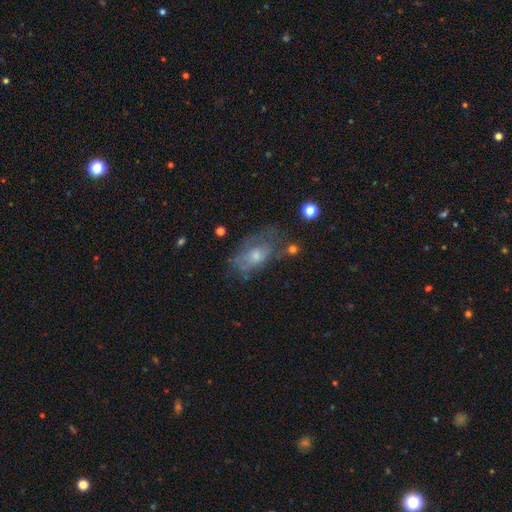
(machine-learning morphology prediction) Smooth or featured: featured or disk — 45% (smooth — 42%)
Merging: none — 46% (minor disturbance — 26%)